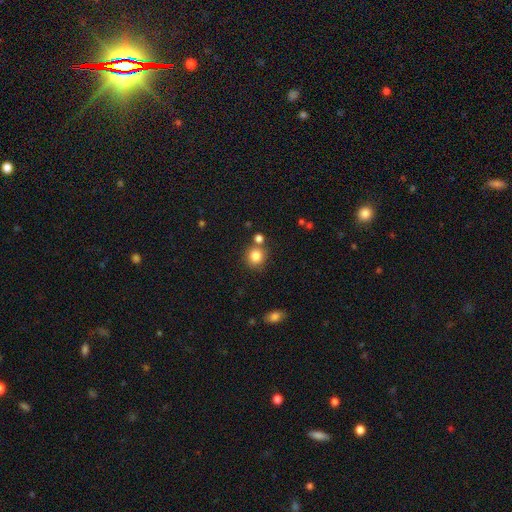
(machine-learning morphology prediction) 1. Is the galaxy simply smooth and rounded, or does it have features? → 84% smooth, 11% star or artifact, 6% featured or disk.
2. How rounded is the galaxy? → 87% round, 12% in between, 1% cigar-shaped.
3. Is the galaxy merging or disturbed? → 72% none, 15% merger, 10% minor disturbance, 3% major disturbance.